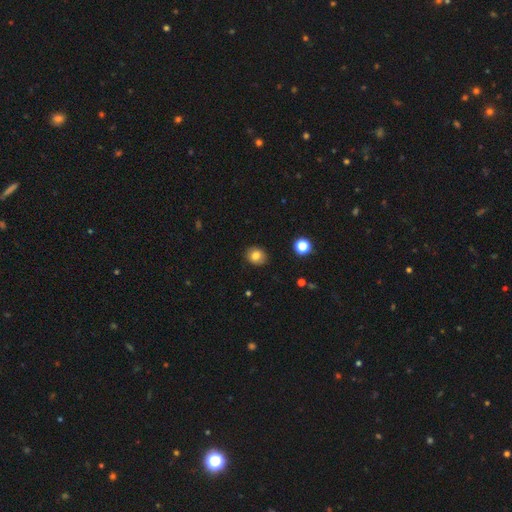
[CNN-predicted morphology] This appears to be a smooth galaxy with no disk features (81%) that is round (69%). Merging: none (89%).